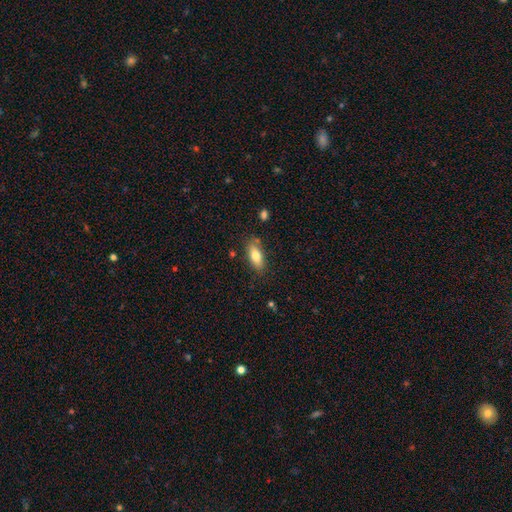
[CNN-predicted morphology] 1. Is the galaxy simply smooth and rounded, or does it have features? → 77% smooth, 16% featured or disk, 7% star or artifact.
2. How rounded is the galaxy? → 79% in between, 18% cigar-shaped, 3% round.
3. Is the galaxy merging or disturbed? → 79% none, 15% minor disturbance, 4% merger, 3% major disturbance.